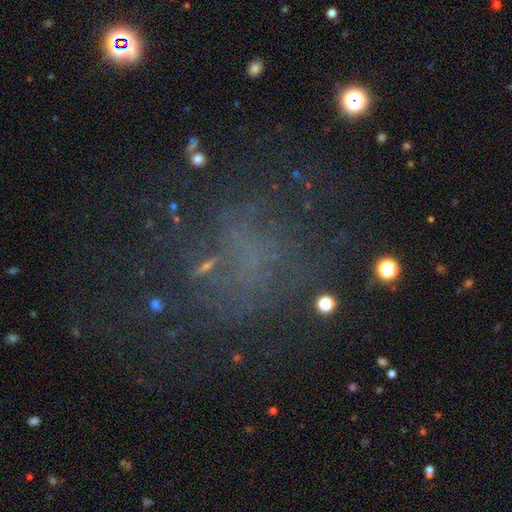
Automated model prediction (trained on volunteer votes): featured or disk 36%, star or artifact 35%, smooth 29%. Down the decision tree: merging — none (54%).